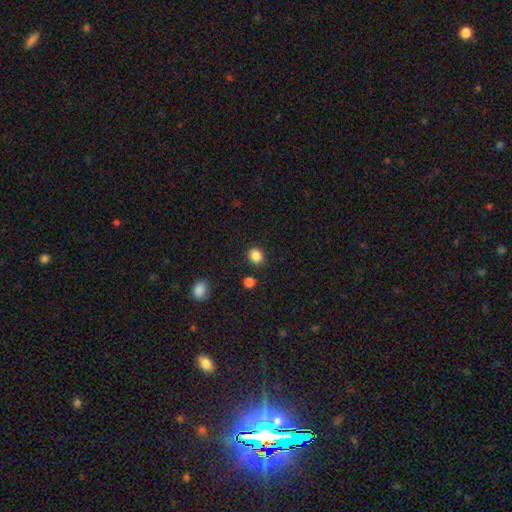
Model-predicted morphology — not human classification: The model was most divided on "how rounded": round: 70%, in between: 29%, cigar-shaped: 1%. More confident: merging — none (87%); smooth or featured — smooth (86%).